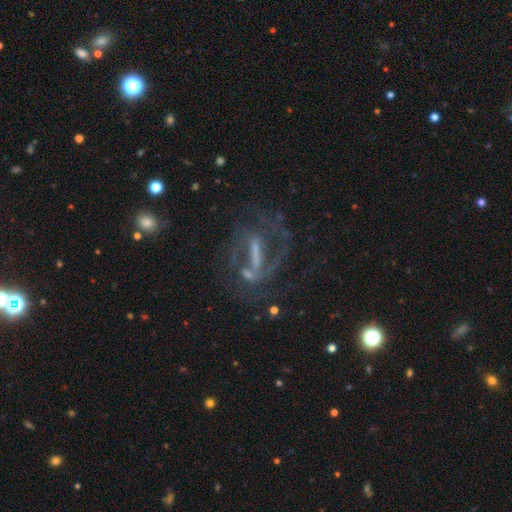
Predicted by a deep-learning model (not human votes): Smooth or featured? featured or disk (77%)
Edge-on disk? no (82%)
Bar? strong (70%)
Spiral arms? yes (75%)
Bulge size? none (47%)
Merging? none (58%)